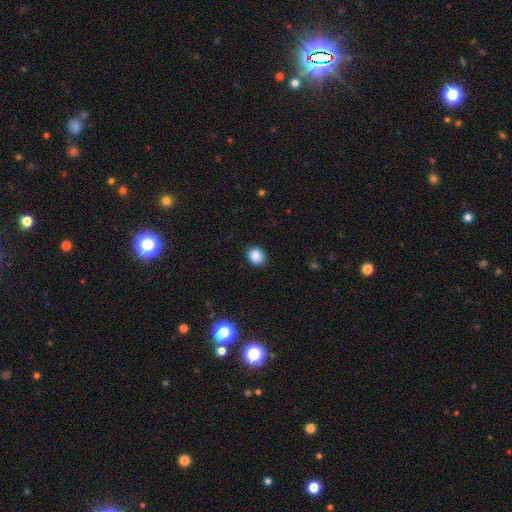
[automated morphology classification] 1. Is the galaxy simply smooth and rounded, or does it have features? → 86% smooth, 10% star or artifact, 4% featured or disk.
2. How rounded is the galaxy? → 60% round, 40% in between, 1% cigar-shaped.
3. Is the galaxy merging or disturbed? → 91% none, 7% minor disturbance, 2% major disturbance, 1% merger.